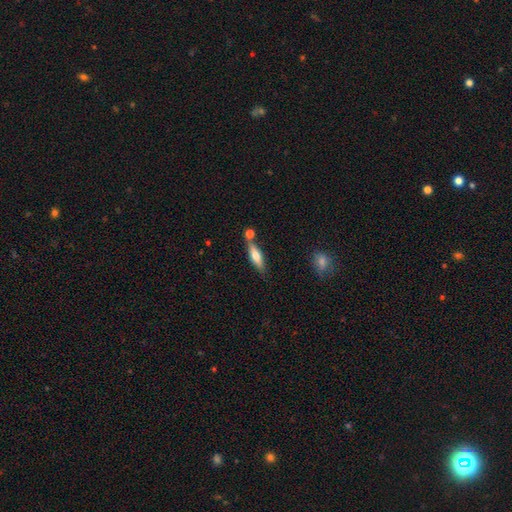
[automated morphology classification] Smooth or featured? smooth (57%)
How rounded? cigar-shaped (63%)
Merging? none (67%)